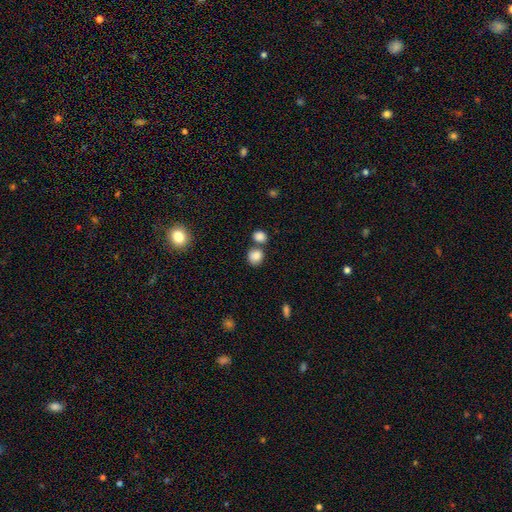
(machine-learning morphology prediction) Overall: smooth (85%). How rounded: round (78%). Merging: none (60%; merger 27%).